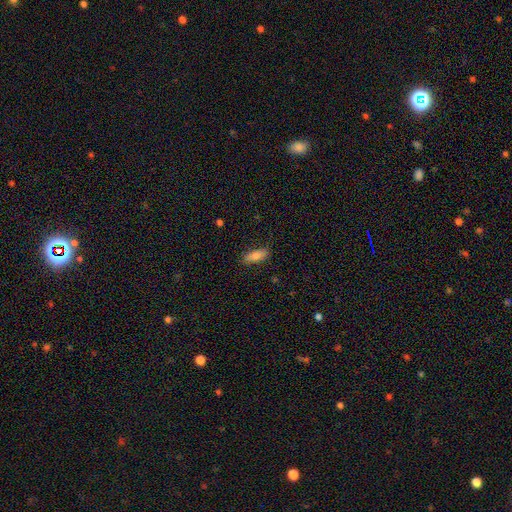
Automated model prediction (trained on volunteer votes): Smooth or featured?
  - smooth: 78% *
  - featured or disk: 15%
  - star or artifact: 7%
How rounded?
  - in between: 70% *
  - cigar-shaped: 27%
  - round: 3%
Merging?
  - none: 84% *
  - minor disturbance: 13%
  - major disturbance: 2%
  - merger: 1%